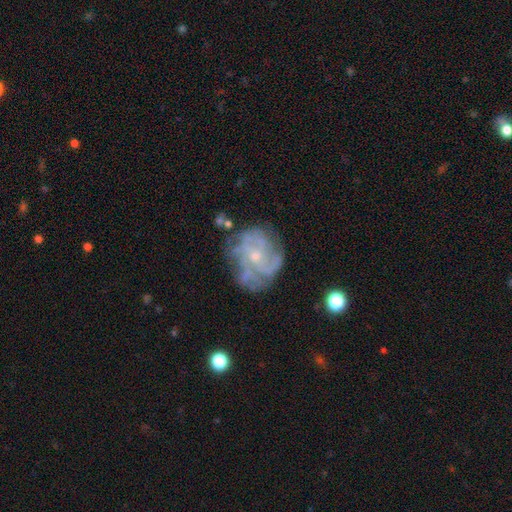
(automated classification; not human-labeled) Smooth or featured? featured or disk (79%)
Edge-on disk? no (98%)
Bar? no (76%)
Spiral arms? yes (80%)
Spiral winding? tight (49%)
Spiral arm count? can't tell (43%)
Bulge size? small (66%)
Merging? none (63%)